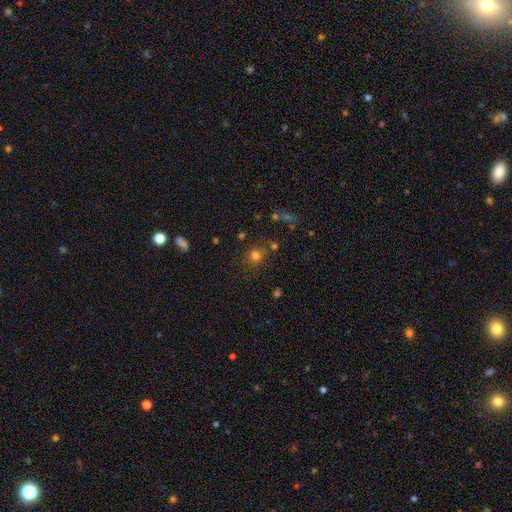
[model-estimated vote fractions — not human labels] Smooth or featured: smooth — 72% (star or artifact — 20%)
How rounded: round — 81% (in between — 18%)
Merging: none — 73% (minor disturbance — 12%)